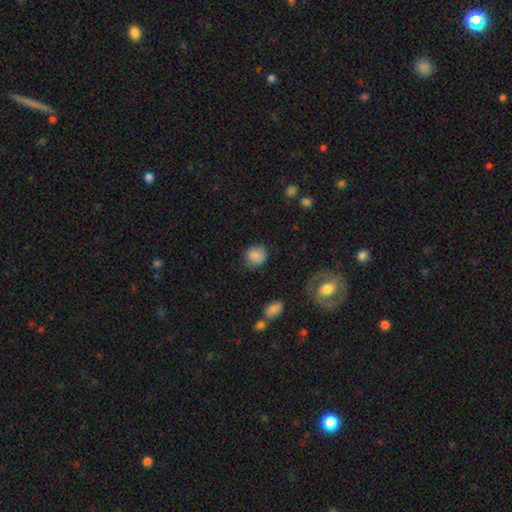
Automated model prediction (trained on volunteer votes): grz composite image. It shows a smooth galaxy with no disk features (84%) that is round (74%). Merging: none (75%).